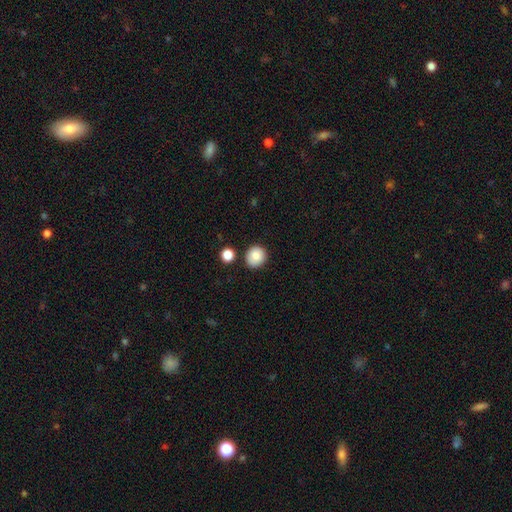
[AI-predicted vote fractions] smooth-or-featured: smooth: 84% | star or artifact: 9% | featured or disk: 7%
  how-rounded: round: 85% | in between: 14% | cigar-shaped: 1%
  merging: none: 83% | minor disturbance: 10% | merger: 5% | major disturbance: 2%